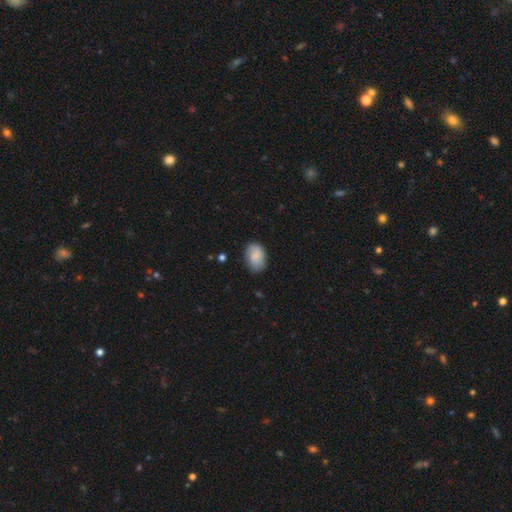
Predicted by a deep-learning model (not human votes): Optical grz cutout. It shows a smooth galaxy with no disk features (80%) that is in between round and cigar-shaped (81%). Merging: none (74%).